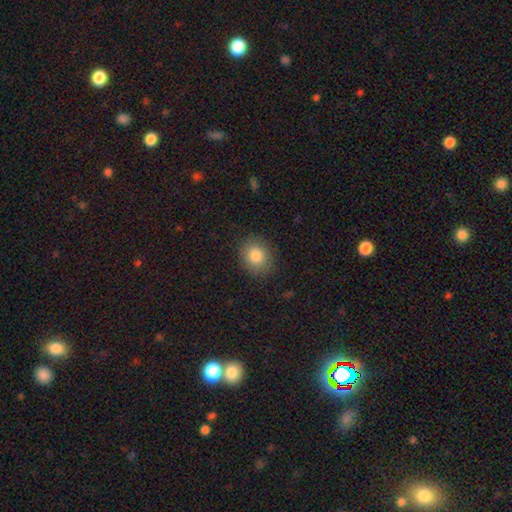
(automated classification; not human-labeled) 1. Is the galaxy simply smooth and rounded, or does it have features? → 83% smooth, 9% star or artifact, 8% featured or disk.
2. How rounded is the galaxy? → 66% round, 33% in between, 1% cigar-shaped.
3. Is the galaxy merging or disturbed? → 86% none, 10% minor disturbance, 3% major disturbance, 1% merger.